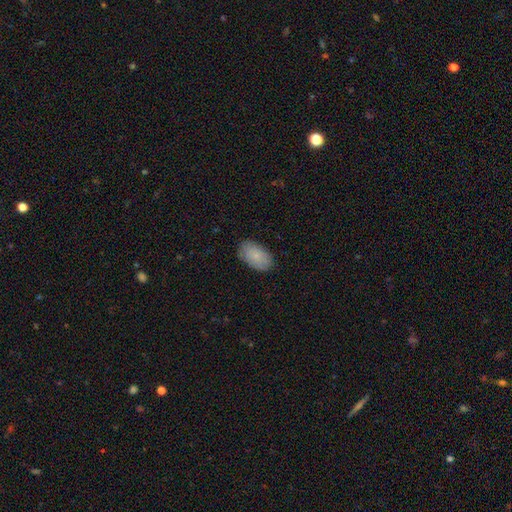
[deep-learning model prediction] Smooth or featured: smooth — 84% (featured or disk — 9%)
How rounded: in between — 94% (round — 5%)
Merging: none — 84% (minor disturbance — 12%)